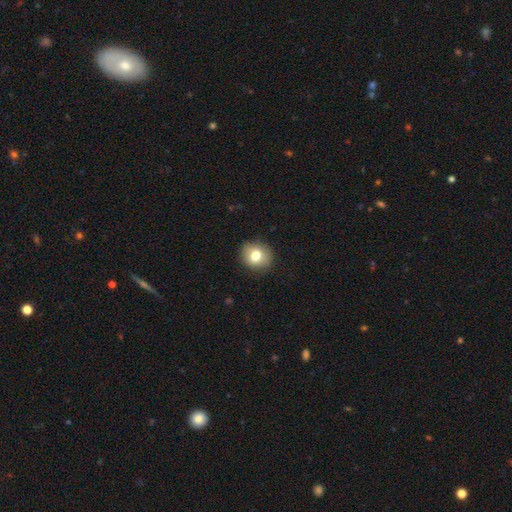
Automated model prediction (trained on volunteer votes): This is likely a smooth galaxy (77%). How rounded: likely round (77%). Merging: clearly none (87%).